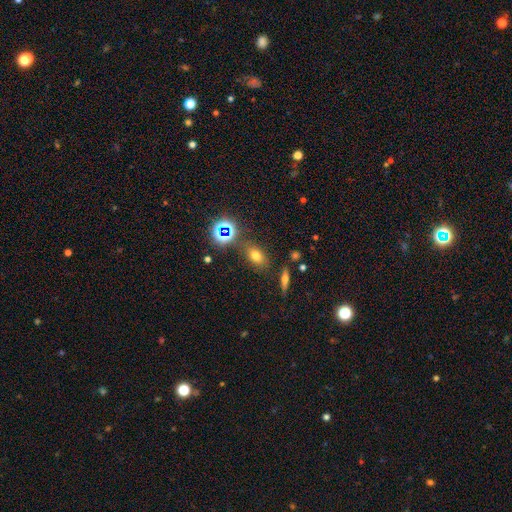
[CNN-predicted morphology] Overall: smooth (65%). How rounded: in between (75%). Merging: none (80%).